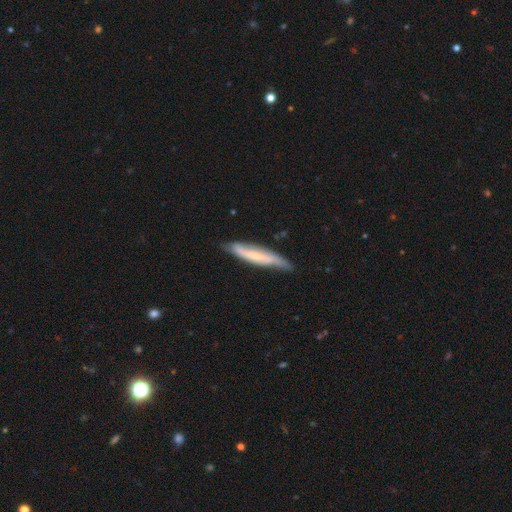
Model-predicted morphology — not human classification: A featured or disk galaxy (48%).

Vote fractions:
- Smooth or featured? featured or disk: 48% / smooth: 45% / star or artifact: 7%
- Merging? none: 71% / minor disturbance: 23% / major disturbance: 4% / merger: 2%